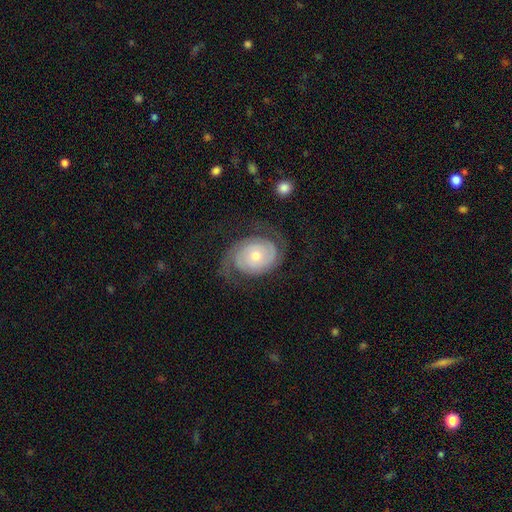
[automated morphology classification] The model was most divided on "bulge size": small: 53%, moderate: 43%, large: 2%, none: 1%, dominant: 1%. More confident: edge-on disk — no (97%); spiral arms — yes (96%); smooth or featured — featured or disk (85%); spiral arm count — 2 (84%); bar — no (78%); merging — none (72%); spiral winding — tight (55%).